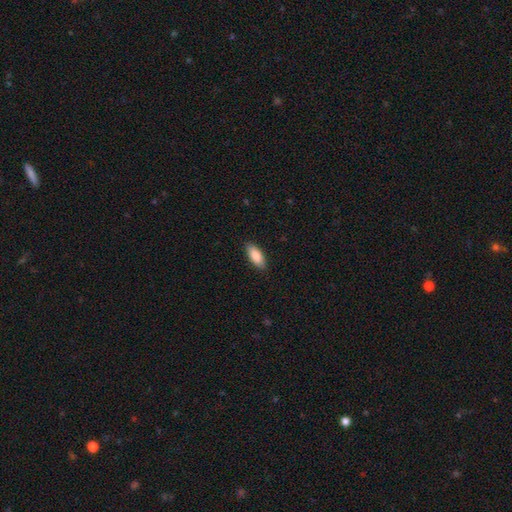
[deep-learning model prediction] A smooth galaxy with no disk features (86%) that is in between round and cigar-shaped (81%). Merging: none (88%).